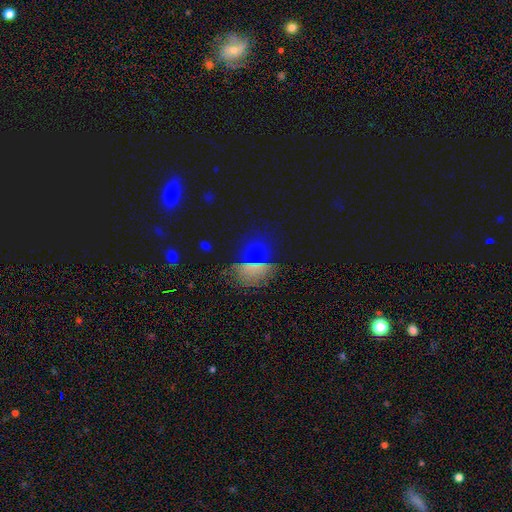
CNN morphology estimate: type=smooth (53%); roundness=round (57%); merging=none (70%).